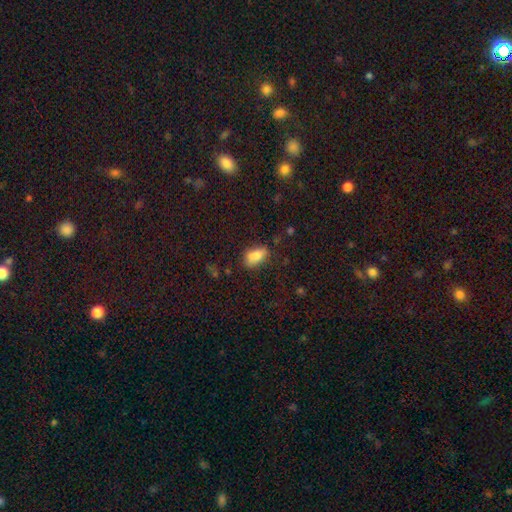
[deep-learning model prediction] Overall: smooth (78%). How rounded: in between (86%). Merging: none (61%; minor disturbance 23%).